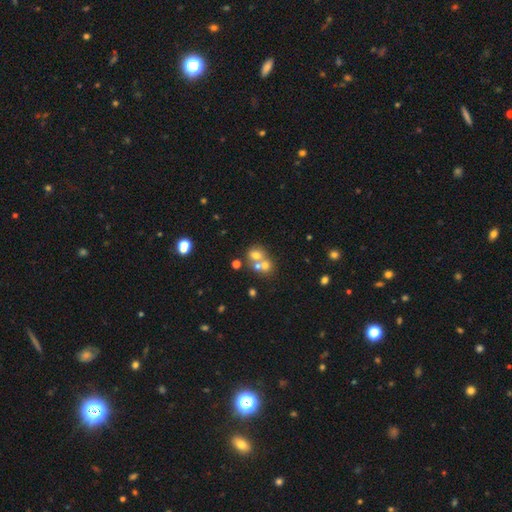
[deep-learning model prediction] Smooth or featured? smooth (58%)
How rounded? round (71%)
Merging? merger (56%)